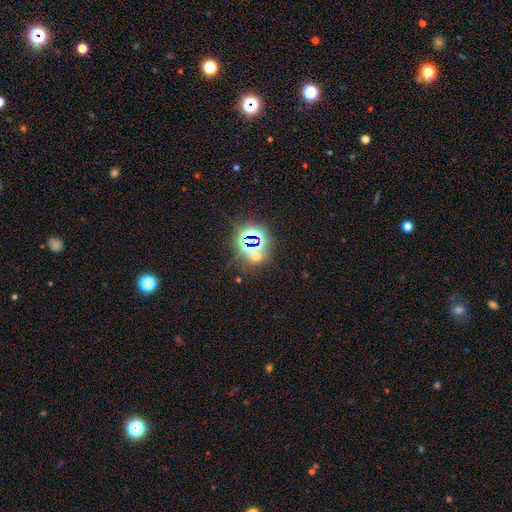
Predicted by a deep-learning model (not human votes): Overall: star or artifact (69%).